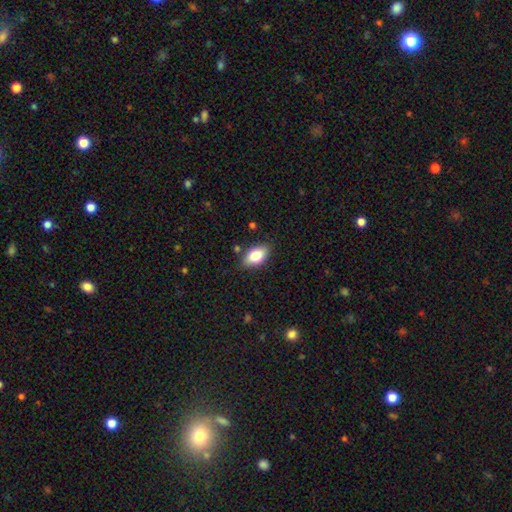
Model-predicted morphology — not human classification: This appears to be a smooth galaxy with no disk features (79%) that is in between round and cigar-shaped (89%). Merging: none (84%).